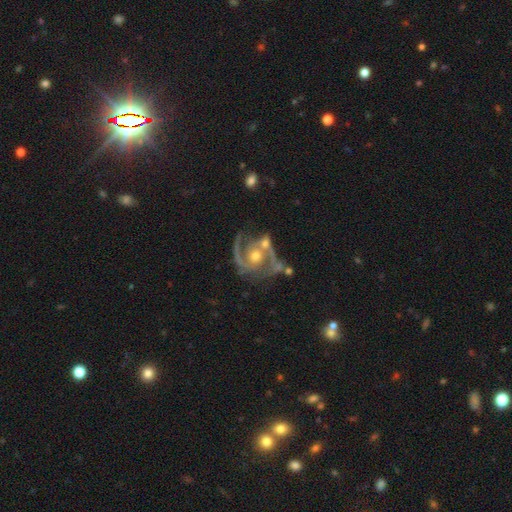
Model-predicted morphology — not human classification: The model was most divided on "spiral winding": medium: 55%, tight: 32%, loose: 13%. More confident: edge-on disk — no (98%); spiral arms — yes (97%); smooth or featured — featured or disk (91%); spiral arm count — 2 (86%); bar — no (67%); bulge size — moderate (64%); merging — none (52%).